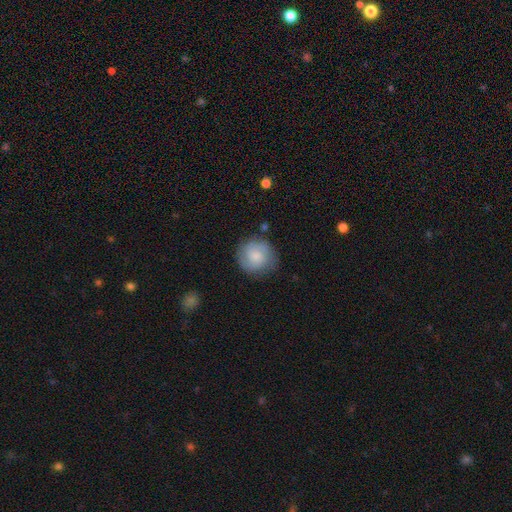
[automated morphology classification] Q: Smooth or featured?
A: smooth (57%); runner-up: featured or disk (36%)
Q: How rounded?
A: round (91%); runner-up: in between (8%)
Q: Merging?
A: none (78%); runner-up: minor disturbance (15%)